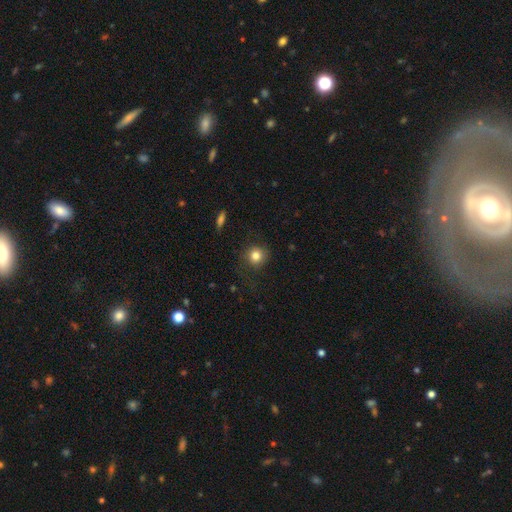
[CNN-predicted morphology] A smooth galaxy with no disk features (82%) that is round (90%). Merging: none (77%).